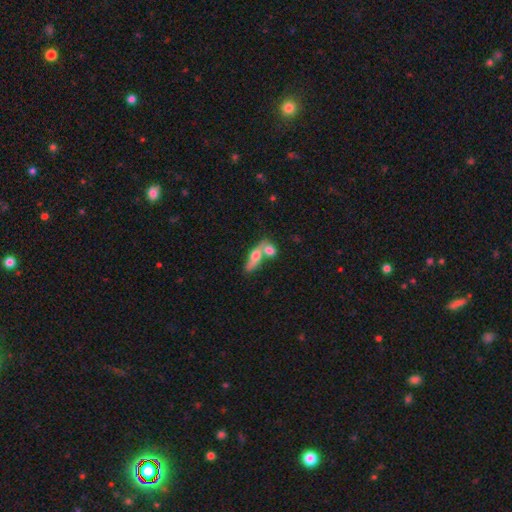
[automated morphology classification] This appears to be a smooth galaxy with no disk features (56%) that is in between round and cigar-shaped (58%). Merging: merger (55%).